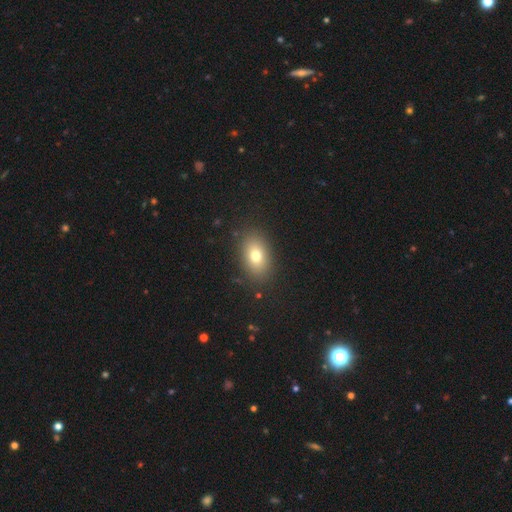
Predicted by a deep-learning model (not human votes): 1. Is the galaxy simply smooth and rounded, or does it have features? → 76% smooth, 13% featured or disk, 11% star or artifact.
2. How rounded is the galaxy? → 82% in between, 17% round, 2% cigar-shaped.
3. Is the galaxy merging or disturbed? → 86% none, 9% minor disturbance, 3% major disturbance, 1% merger.